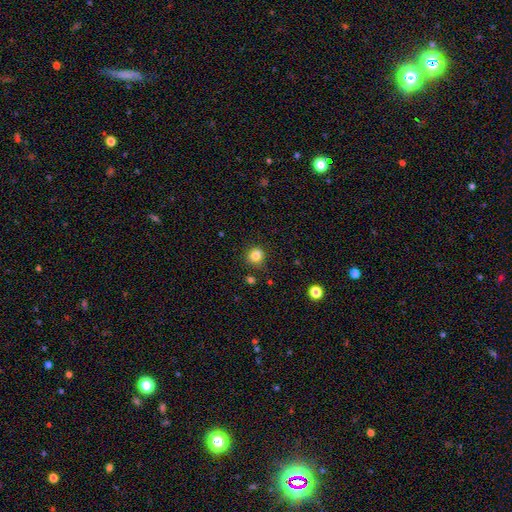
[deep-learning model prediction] Morphology: type=smooth (83%); roundness=round (82%); merging=none (79%).